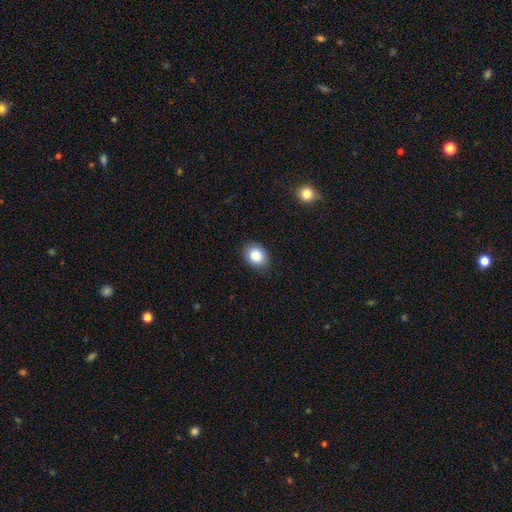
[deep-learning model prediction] Smooth or featured? Predicted: smooth (p=0.86). How rounded? Predicted: in between (p=0.61). Merging? Predicted: none (p=0.86).